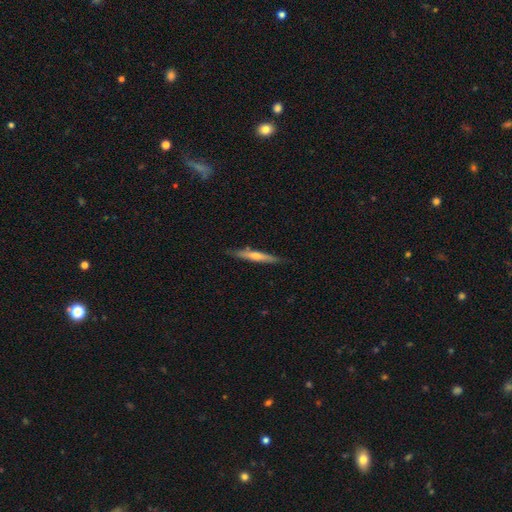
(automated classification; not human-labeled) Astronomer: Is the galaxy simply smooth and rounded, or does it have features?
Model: featured or disk — 59% (runner-up: smooth, 35%).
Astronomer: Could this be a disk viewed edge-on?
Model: yes — 96%.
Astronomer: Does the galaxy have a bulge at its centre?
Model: rounded — 73%.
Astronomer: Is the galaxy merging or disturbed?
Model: none — 88%.